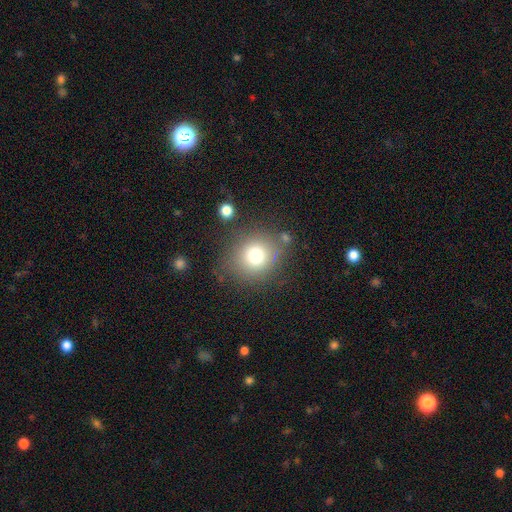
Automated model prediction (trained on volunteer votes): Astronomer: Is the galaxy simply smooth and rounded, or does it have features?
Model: smooth — 75%.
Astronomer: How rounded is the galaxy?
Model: round — 80%.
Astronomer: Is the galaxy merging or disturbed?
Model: none — 77%.